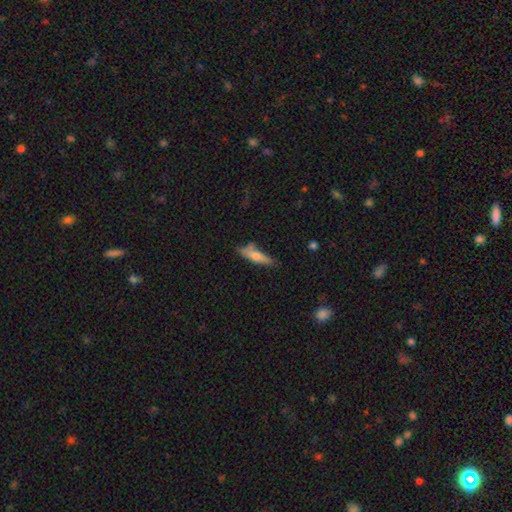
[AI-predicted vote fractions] This appears to be a smooth galaxy with no disk features (58%) that is cigar-shaped (73%). Merging: none (65%).